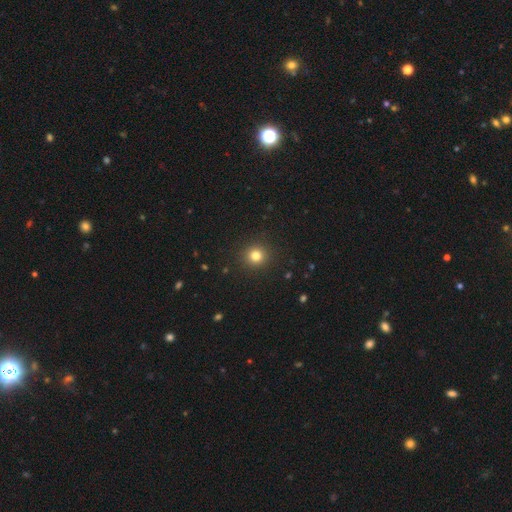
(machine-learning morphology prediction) The model was most divided on "smooth or featured": smooth: 80%, star or artifact: 14%, featured or disk: 6%. More confident: how rounded — round (93%); merging — none (92%).